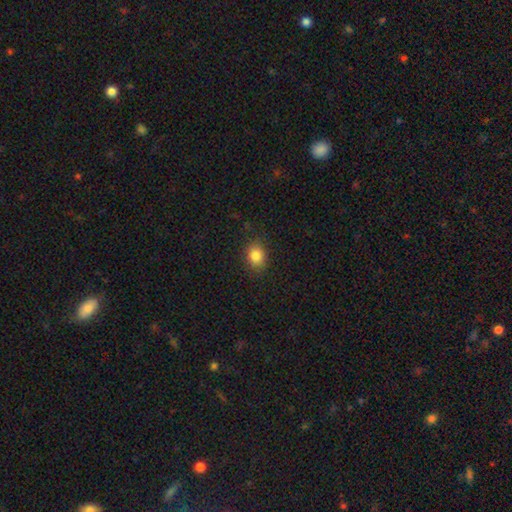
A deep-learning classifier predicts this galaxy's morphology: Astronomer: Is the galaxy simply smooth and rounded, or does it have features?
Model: smooth — 85%.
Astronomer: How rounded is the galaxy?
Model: round — 50% (runner-up: in between, 49%).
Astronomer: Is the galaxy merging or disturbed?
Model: none — 85%.